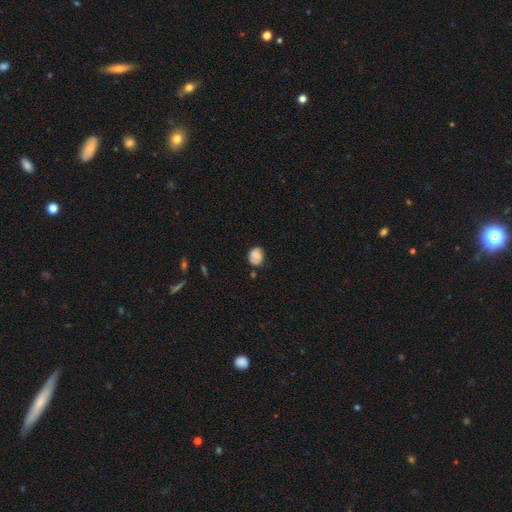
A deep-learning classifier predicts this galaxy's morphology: smooth-or-featured: smooth: 74% | featured or disk: 17% | star or artifact: 9%
  how-rounded: round: 59% | in between: 40% | cigar-shaped: 1%
  merging: none: 64% | minor disturbance: 26% | major disturbance: 7% | merger: 4%